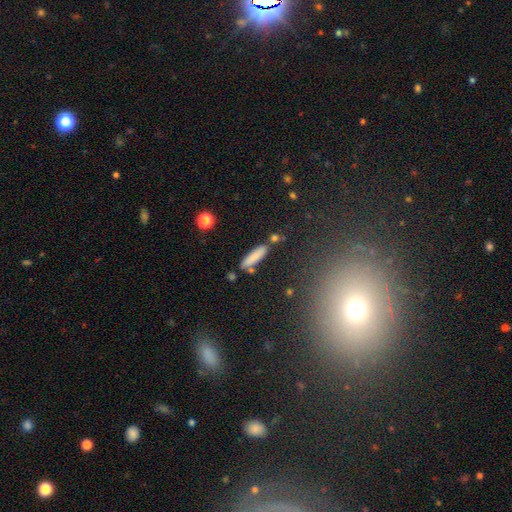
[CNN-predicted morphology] Smooth or featured? Predicted: smooth (p=0.82). How rounded? Predicted: cigar-shaped (p=0.74). Merging? Predicted: none (p=0.77).